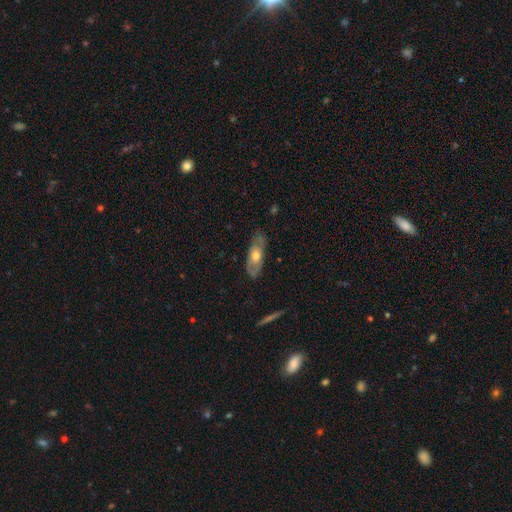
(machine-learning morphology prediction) Q: Smooth or featured?
A: featured or disk (56%); runner-up: smooth (38%)
Q: Edge-on disk?
A: no (74%); runner-up: yes (26%)
Q: Merging?
A: none (73%); runner-up: minor disturbance (21%)